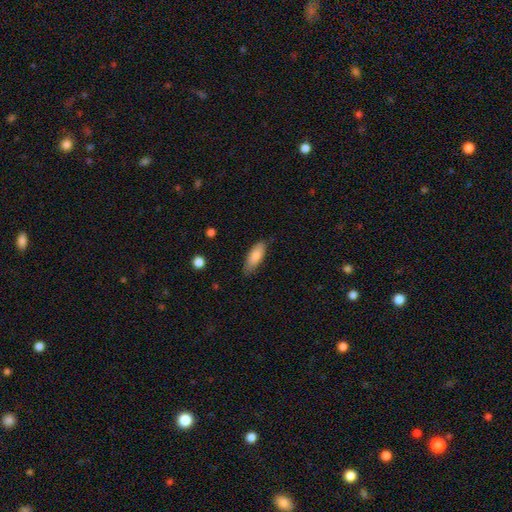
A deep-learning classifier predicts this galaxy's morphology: A smooth galaxy with no disk features (82%) that is in between round and cigar-shaped (69%). Merging: none (77%).